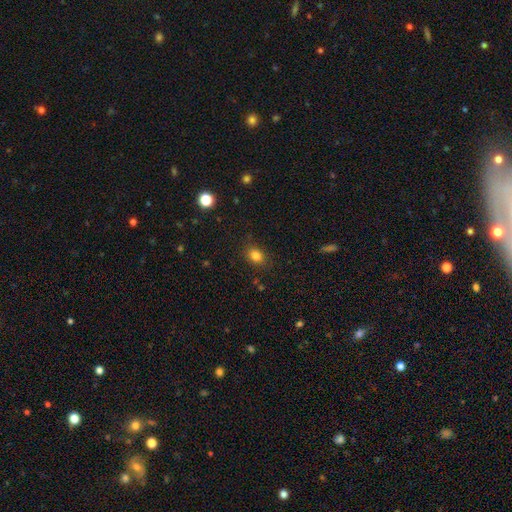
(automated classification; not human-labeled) A smooth galaxy with no disk features (82%) that is in between round and cigar-shaped (53%). Merging: none (83%).